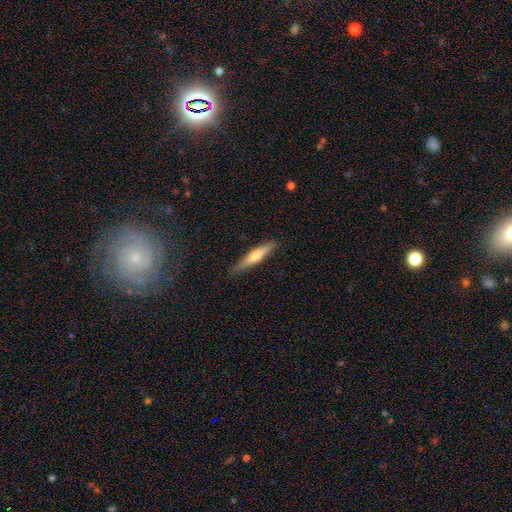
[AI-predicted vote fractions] The model was most divided on "smooth or featured": smooth: 53%, featured or disk: 41%, star or artifact: 6%. More confident: how rounded — cigar-shaped (88%); merging — none (87%).